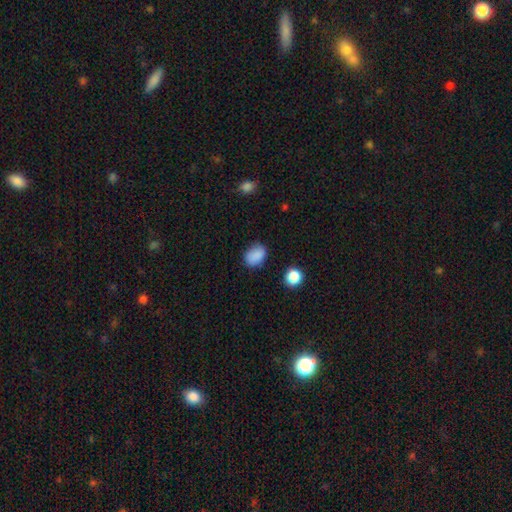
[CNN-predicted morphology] A smooth galaxy with no disk features (86%) that is in between round and cigar-shaped (69%).

Vote fractions:
- Smooth or featured? smooth: 86% / star or artifact: 10% / featured or disk: 4%
- How rounded? in between: 69% / round: 30% / cigar-shaped: 1%
- Merging? none: 76% / minor disturbance: 18% / major disturbance: 4% / merger: 2%